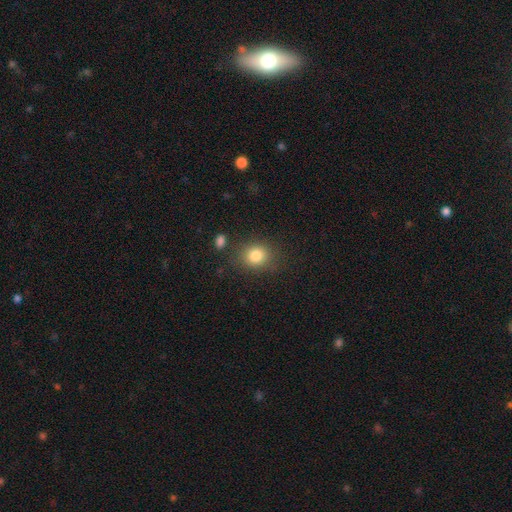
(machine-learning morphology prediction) Smooth or featured? Predicted: smooth (p=0.83). How rounded? Predicted: round (p=0.69). Merging? Predicted: none (p=0.80).